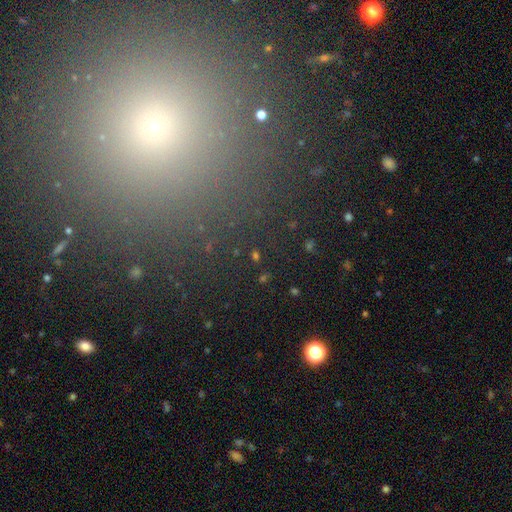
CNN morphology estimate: The model was most divided on "smooth or featured": star or artifact: 56%, smooth: 30%, featured or disk: 14%.